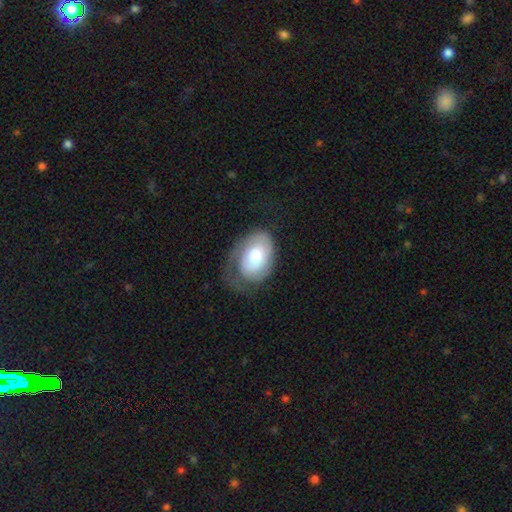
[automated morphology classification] Smooth or featured? Predicted: smooth (p=0.51). How rounded? Predicted: in between (p=0.76). Merging? Predicted: none (p=0.41).